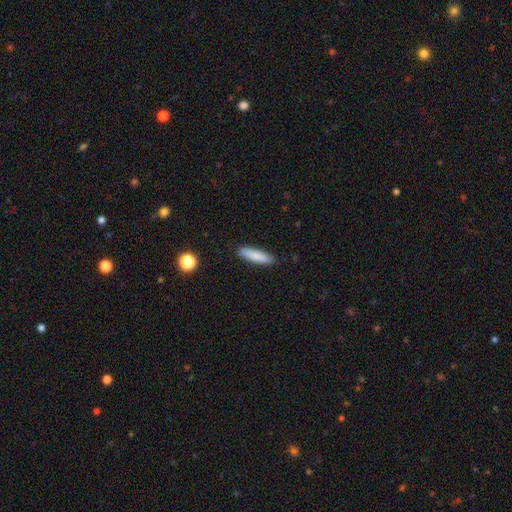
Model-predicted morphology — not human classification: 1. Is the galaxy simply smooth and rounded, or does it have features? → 85% smooth, 8% featured or disk, 6% star or artifact.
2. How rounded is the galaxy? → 74% cigar-shaped, 25% in between, 1% round.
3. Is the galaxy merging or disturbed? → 89% none, 8% minor disturbance, 2% major disturbance, 1% merger.